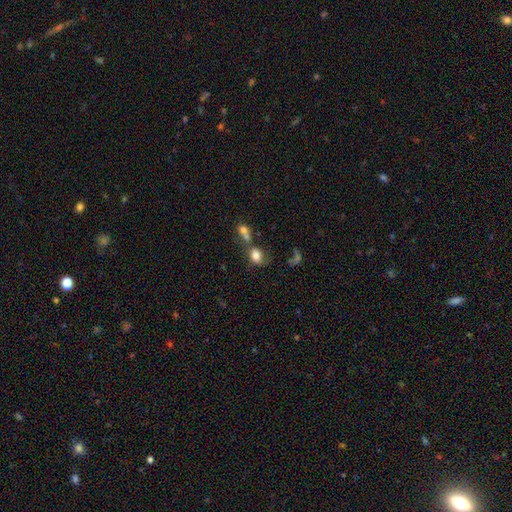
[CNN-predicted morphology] Q: Smooth or featured?
A: smooth (79%); runner-up: star or artifact (11%)
Q: How rounded?
A: in between (70%); runner-up: round (28%)
Q: Merging?
A: none (40%); runner-up: merger (37%)